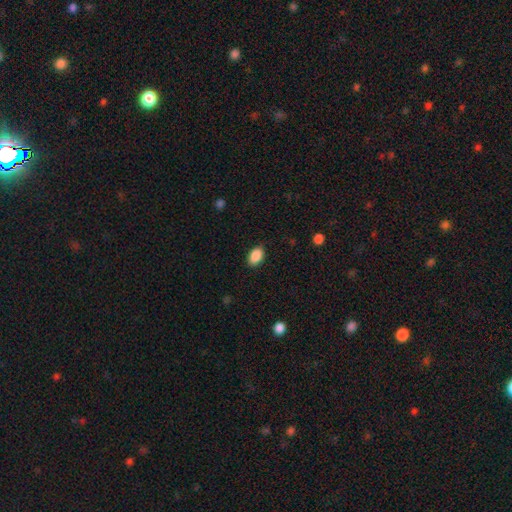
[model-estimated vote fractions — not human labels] This appears to be a smooth galaxy with no disk features (89%) that is in between round and cigar-shaped (88%). Merging: none (86%).